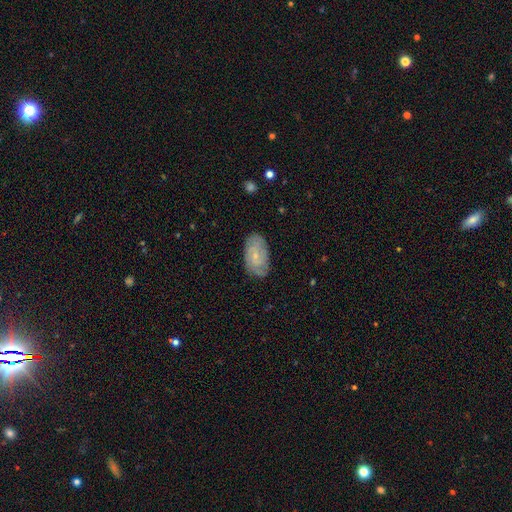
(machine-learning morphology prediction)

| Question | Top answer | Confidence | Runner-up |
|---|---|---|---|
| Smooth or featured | featured or disk | 50% | smooth (42%) |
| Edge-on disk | no | 93% | yes (7%) |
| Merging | none | 76% | minor disturbance (19%) |